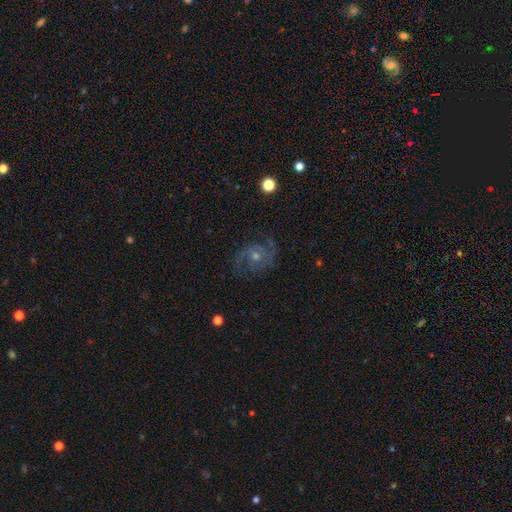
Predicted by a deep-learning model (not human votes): Smooth or featured? Predicted: featured or disk (p=0.80). Edge-on disk? Predicted: no (p=0.97). Bar? Predicted: no (p=0.72). Spiral arms? Predicted: yes (p=0.94). Spiral winding? Predicted: medium (p=0.51). Spiral arm count? Predicted: 2 (p=0.73). Bulge size? Predicted: moderate (p=0.48). Merging? Predicted: none (p=0.75).